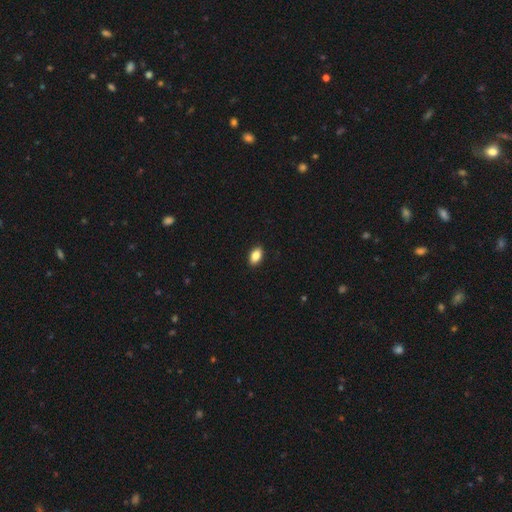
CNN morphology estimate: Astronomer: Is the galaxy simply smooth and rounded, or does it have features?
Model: smooth — 86%.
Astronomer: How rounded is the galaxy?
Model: in between — 90%.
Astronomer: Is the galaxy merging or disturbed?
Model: none — 91%.